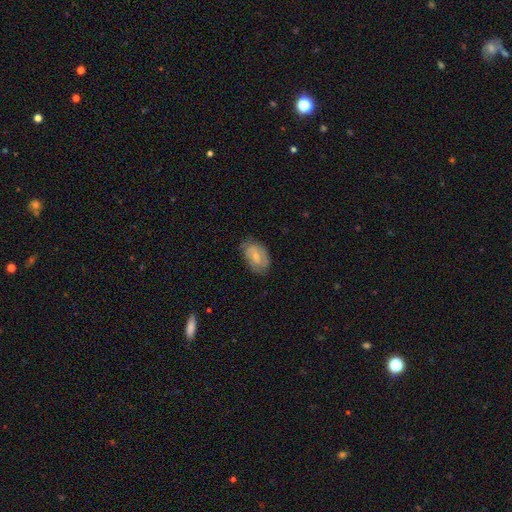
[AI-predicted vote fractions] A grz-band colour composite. It shows a smooth galaxy with no disk features (53%) that is in between round and cigar-shaped (88%). Merging: none (67%).